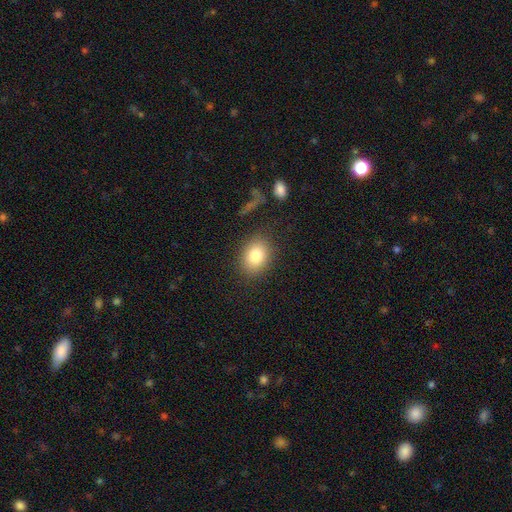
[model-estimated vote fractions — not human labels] Overall: smooth (82%). How rounded: in between (65%; round 34%). Merging: none (83%).